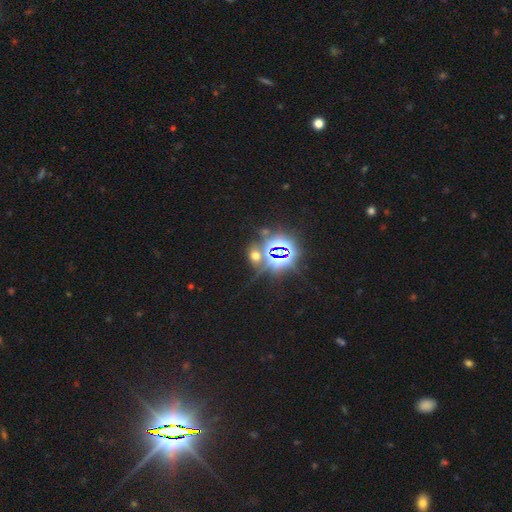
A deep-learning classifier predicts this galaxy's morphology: The model was most divided on "smooth or featured": star or artifact: 60%, smooth: 32%, featured or disk: 9%.